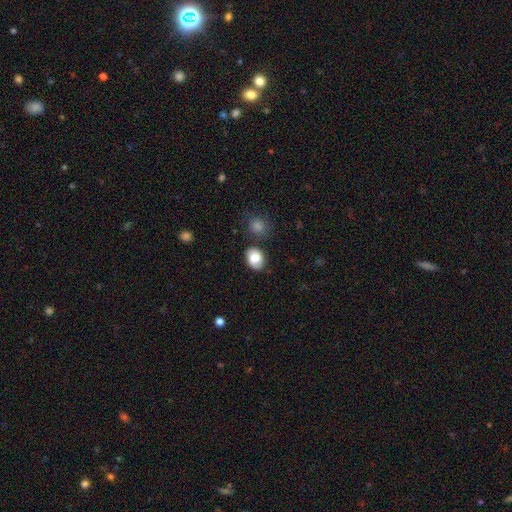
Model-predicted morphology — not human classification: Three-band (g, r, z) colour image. It shows a smooth galaxy with no disk features (80%) that is in between round and cigar-shaped (66%). Merging: none (79%).